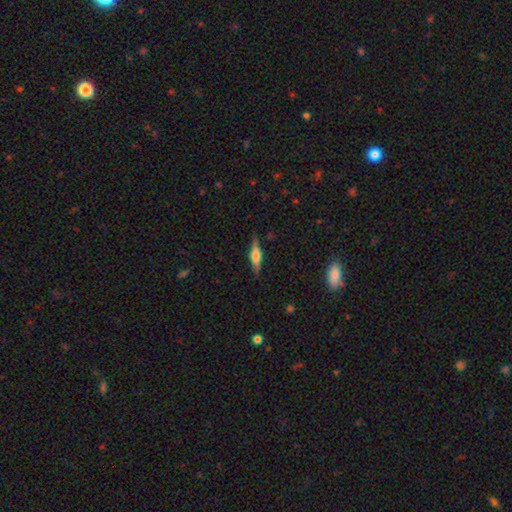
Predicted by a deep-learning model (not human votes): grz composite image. It shows a featured or disk galaxy (61%) viewed edge-on (97%) with a rounded central bulge (78%). Merging: none (87%).